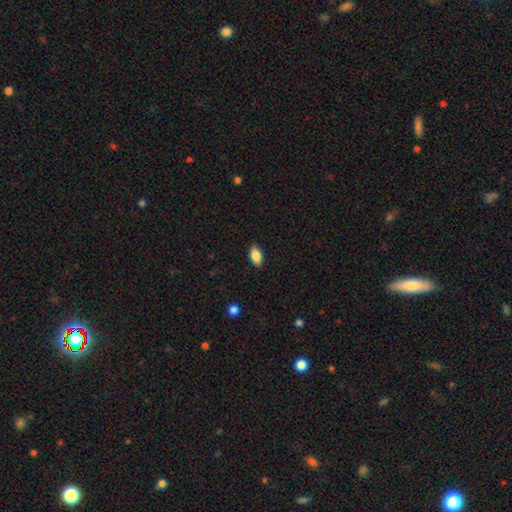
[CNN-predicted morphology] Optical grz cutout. It shows a smooth galaxy with no disk features (83%) that is in between round and cigar-shaped (90%). Merging: none (88%).